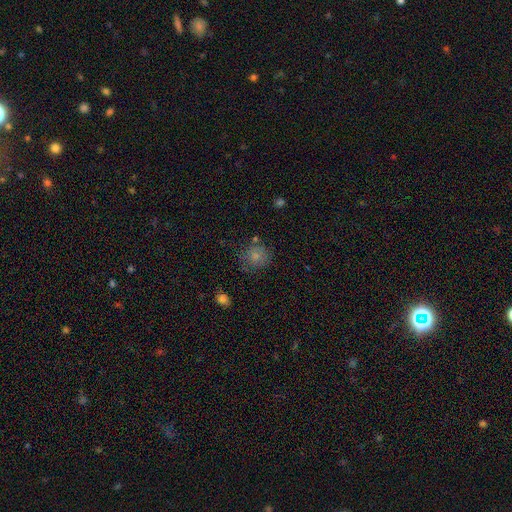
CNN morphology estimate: This appears to be a smooth galaxy with no disk features (79%) that is round (87%). Merging: none (70%).